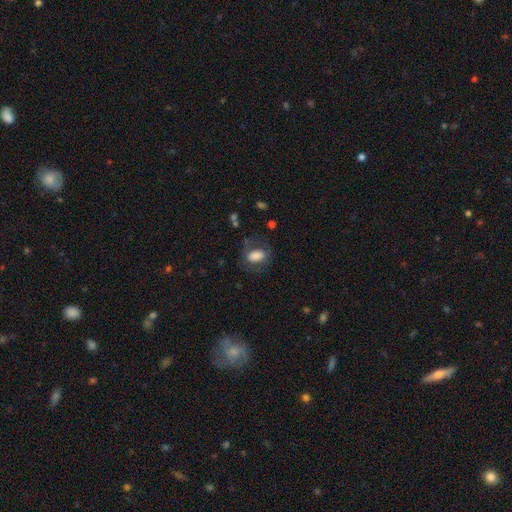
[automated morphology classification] Smooth or featured: smooth — 74% (featured or disk — 18%)
How rounded: in between — 84% (round — 13%)
Merging: none — 65% (minor disturbance — 19%)